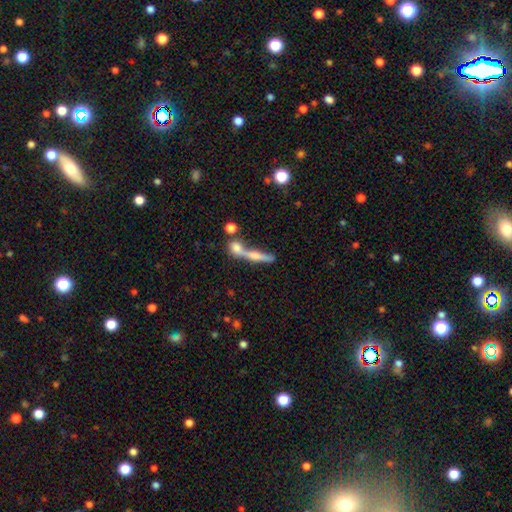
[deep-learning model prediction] Q: Smooth or featured?
A: featured or disk (45%); tied with: smooth (45%)
Q: Merging?
A: none (42%); runner-up: merger (40%)